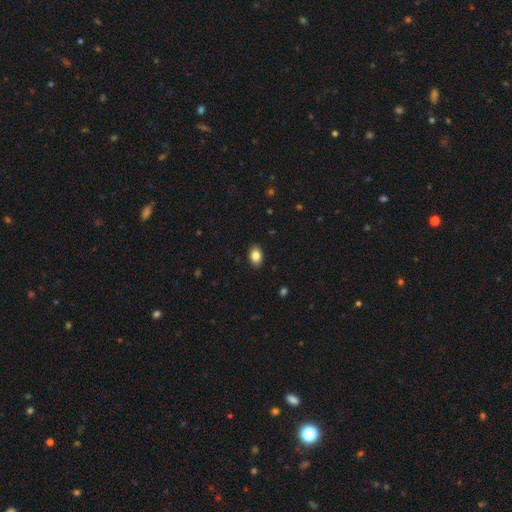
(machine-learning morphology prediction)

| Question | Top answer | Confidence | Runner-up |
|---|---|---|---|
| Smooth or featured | smooth | 85% | star or artifact (8%) |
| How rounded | in between | 85% | round (13%) |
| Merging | none | 89% | minor disturbance (8%) |